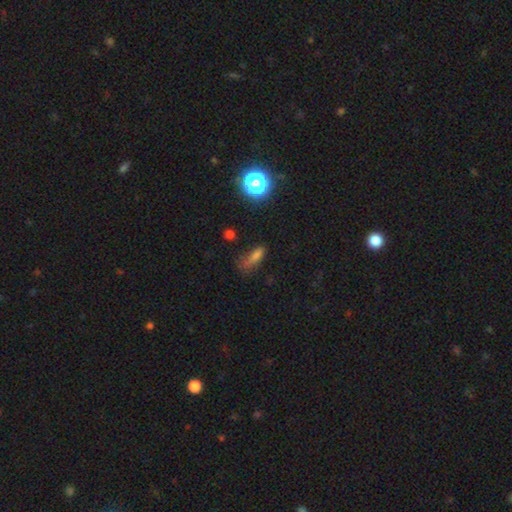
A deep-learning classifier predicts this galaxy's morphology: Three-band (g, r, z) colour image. It shows a smooth galaxy with no disk features (64%) that is in between round and cigar-shaped (53%). Merging: none (42%).